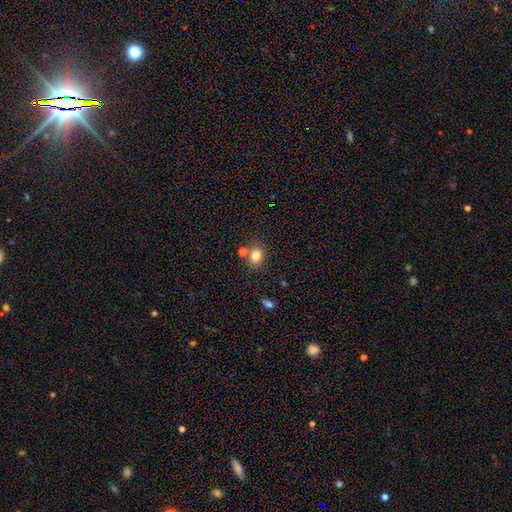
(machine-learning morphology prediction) Overall: smooth (80%). How rounded: round (50%; in between 49%). Merging: none (68%).